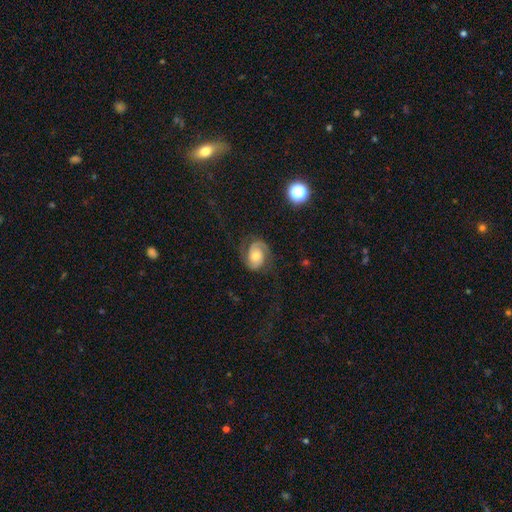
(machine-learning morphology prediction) Overall: featured or disk (76%). Edge-on disk: no (97%). Bar: no (69%). Spiral arms: yes (95%). Spiral arm count: 2 (86%). Spiral winding: medium (45%; tight 35%). Bulge size: moderate (65%). Merging: none (69%).